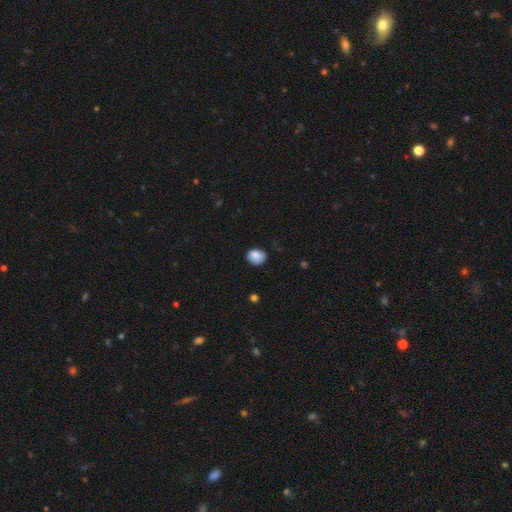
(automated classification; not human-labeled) smooth 86%, star or artifact 8%, featured or disk 5%. Down the decision tree: how rounded — round (54%); merging — none (74%).